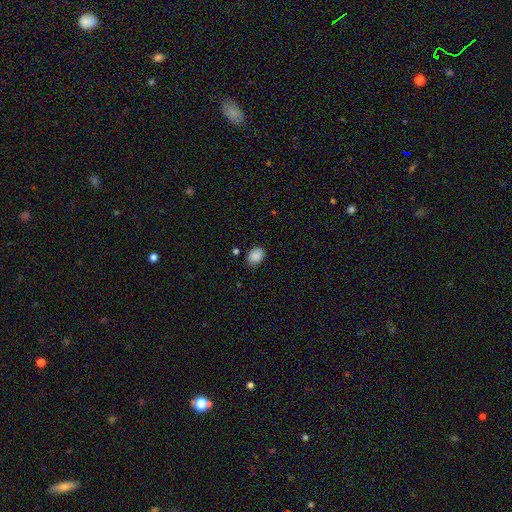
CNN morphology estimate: Overall: smooth (88%). How rounded: in between (67%; round 32%). Merging: none (81%).